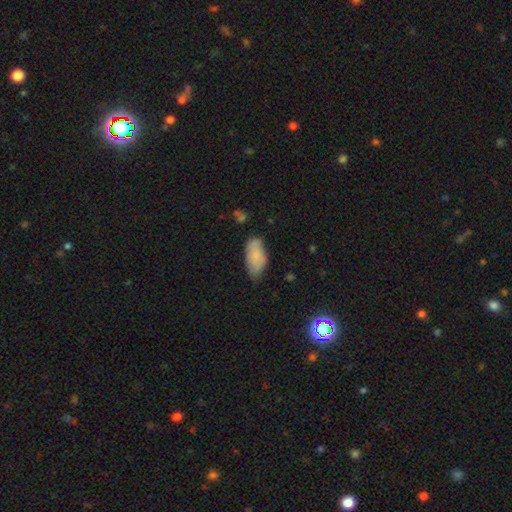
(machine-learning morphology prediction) Smooth or featured?
  - smooth: 84% *
  - featured or disk: 9%
  - star or artifact: 7%
How rounded?
  - in between: 92% *
  - cigar-shaped: 6%
  - round: 2%
Merging?
  - none: 68% *
  - minor disturbance: 25%
  - major disturbance: 5%
  - merger: 2%